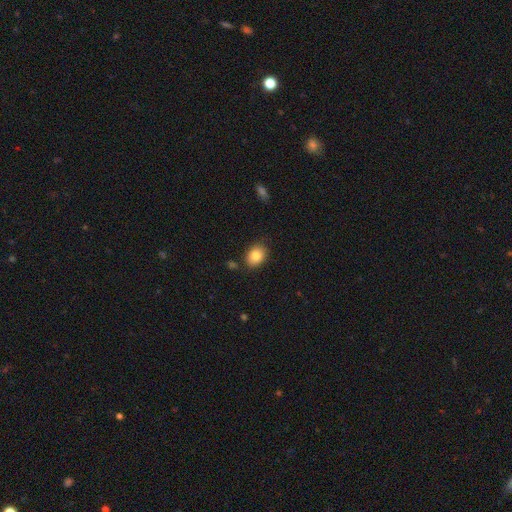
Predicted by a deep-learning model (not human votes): The model was most divided on "how rounded": in between: 65%, round: 34%, cigar-shaped: 1%. More confident: smooth or featured — smooth (83%); merging — none (82%).